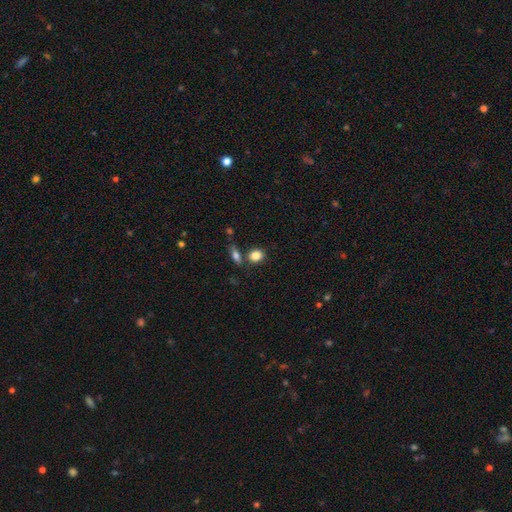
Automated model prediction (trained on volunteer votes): smooth 84%, star or artifact 9%, featured or disk 7%. Down the decision tree: how rounded — round (55%); merging — none (69%).